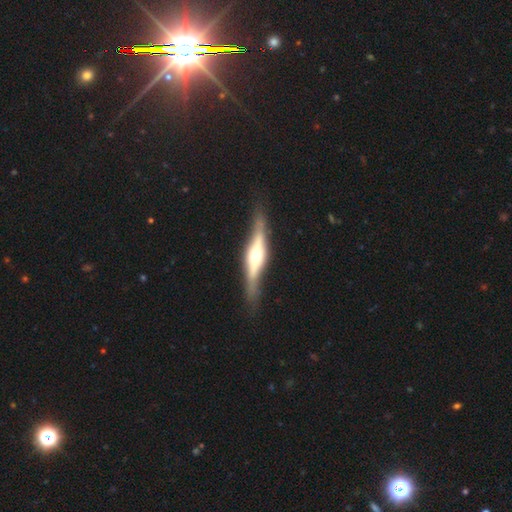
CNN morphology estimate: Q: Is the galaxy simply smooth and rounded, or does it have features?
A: featured or disk — 76%.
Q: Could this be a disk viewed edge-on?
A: yes — 93%.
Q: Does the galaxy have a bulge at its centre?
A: rounded — 79%.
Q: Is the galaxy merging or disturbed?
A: none — 82%.